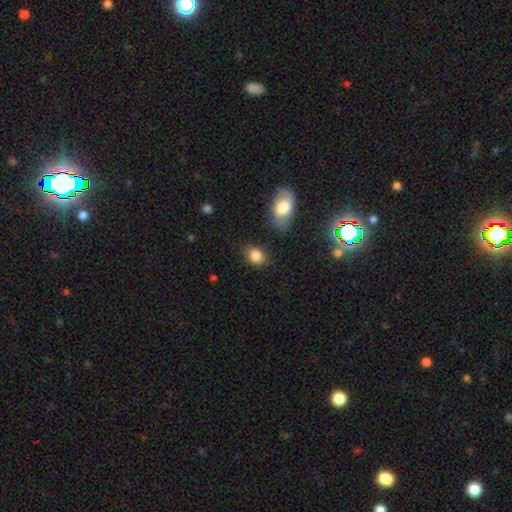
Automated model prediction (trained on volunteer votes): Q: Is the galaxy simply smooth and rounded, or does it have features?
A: smooth — 84%.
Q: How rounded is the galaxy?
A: in between — 67%.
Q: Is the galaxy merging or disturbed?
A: none — 81%.